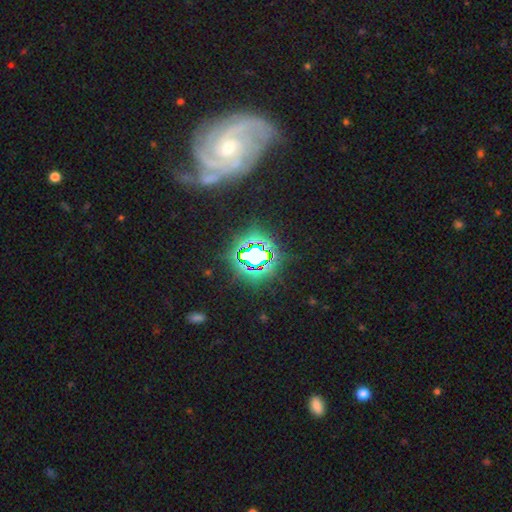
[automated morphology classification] A star or artifact, not a galaxy (78%).

Vote fractions:
- Smooth or featured? star or artifact: 78% / smooth: 13% / featured or disk: 9%